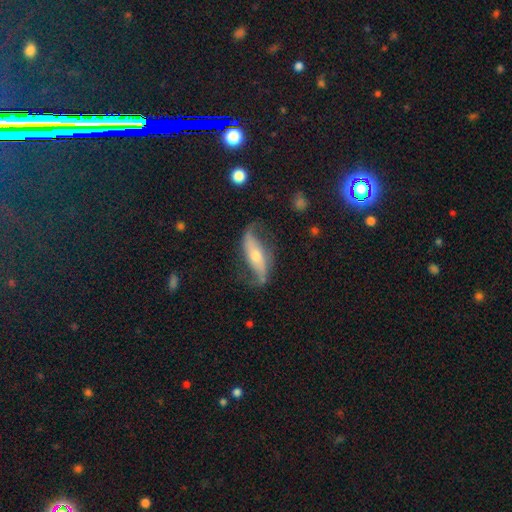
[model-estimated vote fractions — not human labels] Smooth or featured: featured or disk — 79% (smooth — 15%)
Edge-on disk: no — 84% (yes — 16%)
Bar: no — 38% (tied with strong — 38%)
Spiral arms: yes — 92% (no — 8%)
Spiral winding: loose — 77% (medium — 16%)
Spiral arm count: 2 — 90% (can't tell — 3%)
Bulge size: moderate — 46% (tied with small — 46%)
Merging: none — 67% (minor disturbance — 20%)